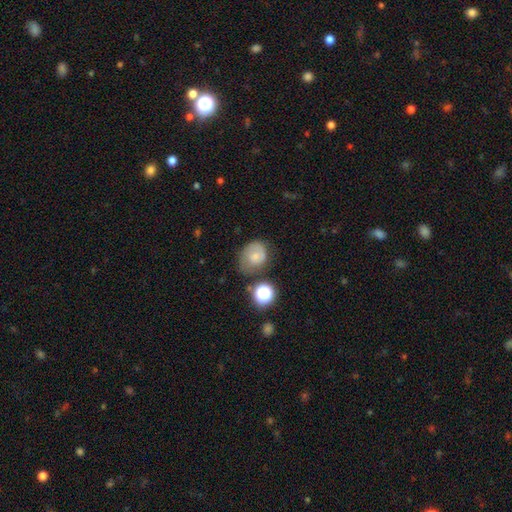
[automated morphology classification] Smooth or featured: smooth — 62% (featured or disk — 25%)
How rounded: round — 57% (in between — 42%)
Merging: none — 50% (minor disturbance — 30%)